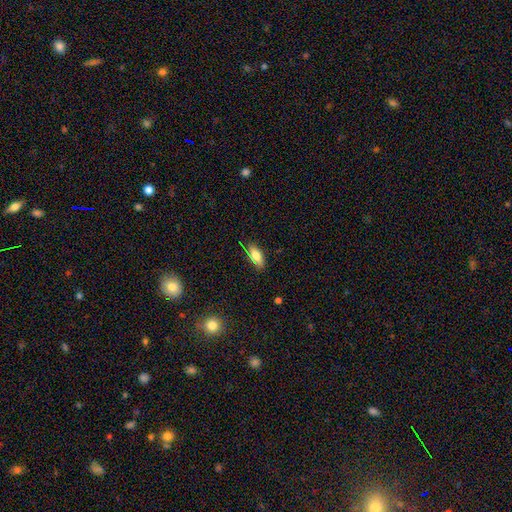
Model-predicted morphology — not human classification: type=smooth (73%); roundness=in between (83%); merging=none (79%).